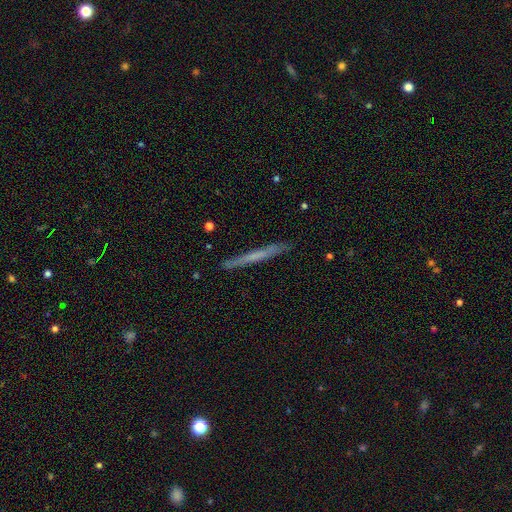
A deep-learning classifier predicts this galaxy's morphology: Overall: featured or disk (47%, tied with smooth). Merging: none (90%).